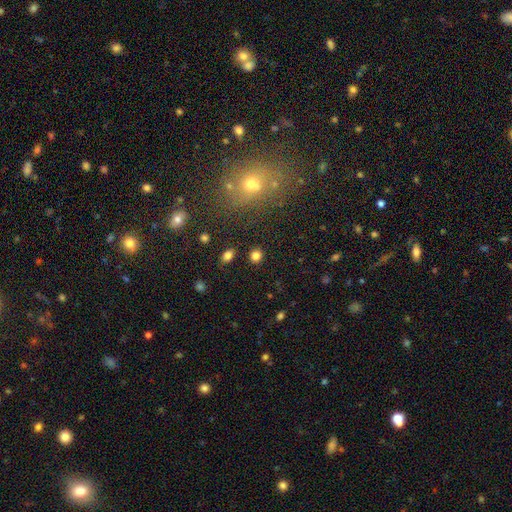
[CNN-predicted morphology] Smooth or featured? smooth (82%)
How rounded? round (76%)
Merging? none (87%)